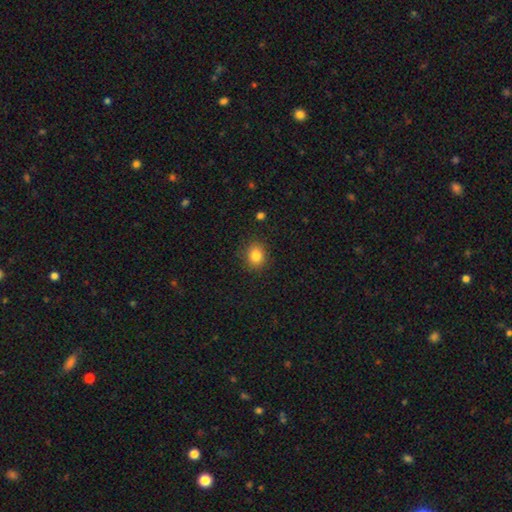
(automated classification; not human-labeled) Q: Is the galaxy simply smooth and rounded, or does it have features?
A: smooth — 83%.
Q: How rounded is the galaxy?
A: round — 73%.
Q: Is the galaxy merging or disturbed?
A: none — 87%.